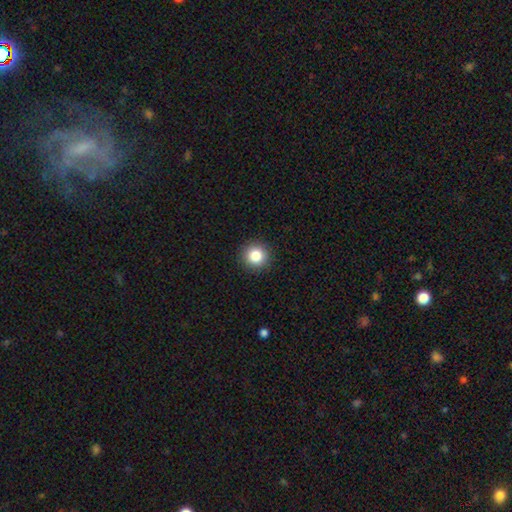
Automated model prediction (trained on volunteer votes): This appears to be a smooth galaxy with no disk features (84%) that is round (95%). Merging: none (92%).